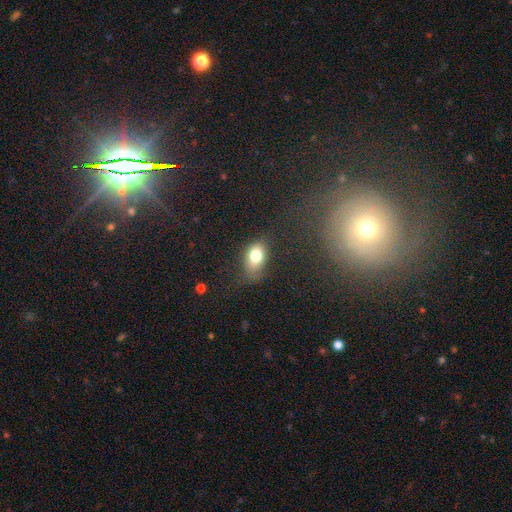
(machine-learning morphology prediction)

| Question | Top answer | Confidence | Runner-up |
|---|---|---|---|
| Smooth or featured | smooth | 78% | featured or disk (13%) |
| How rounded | in between | 83% | round (14%) |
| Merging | none | 61% | minor disturbance (27%) |